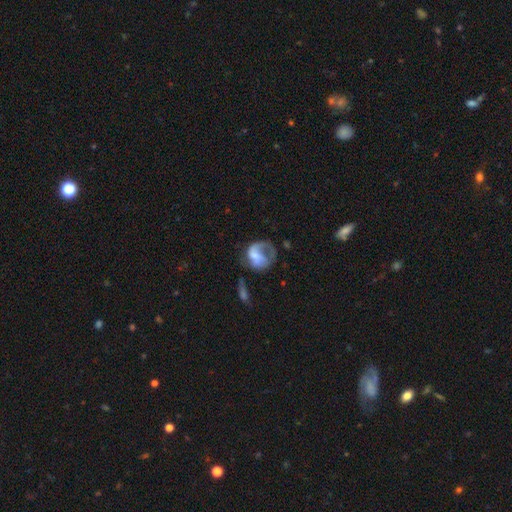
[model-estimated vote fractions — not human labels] Smooth or featured? featured or disk (51%)
Edge-on disk? no (97%)
Merging? major disturbance (48%)